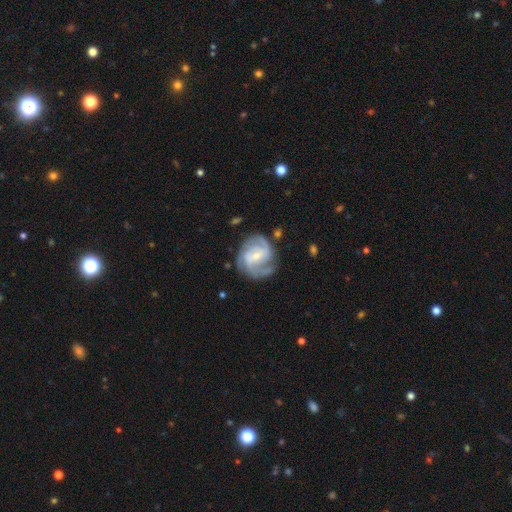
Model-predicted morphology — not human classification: Overall: featured or disk (87%). Edge-on disk: no (98%). Bar: weak (50%; no 33%). Spiral arms: yes (97%). Spiral arm count: 3 (33%; 2 32%). Spiral winding: tight (49%; medium 41%). Bulge size: small (61%; moderate 34%). Merging: none (70%).